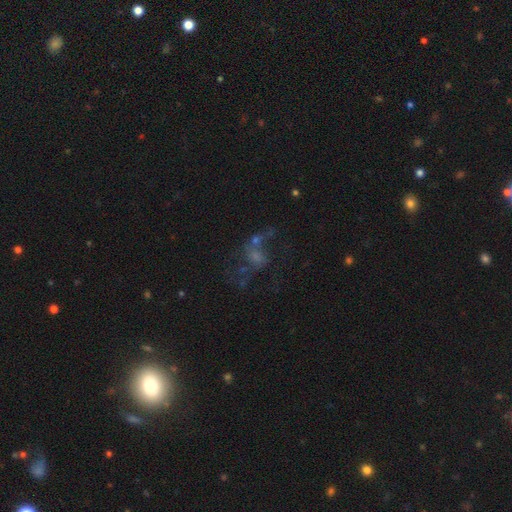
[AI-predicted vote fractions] Smooth or featured? featured or disk (50%)
Merging? none (36%)